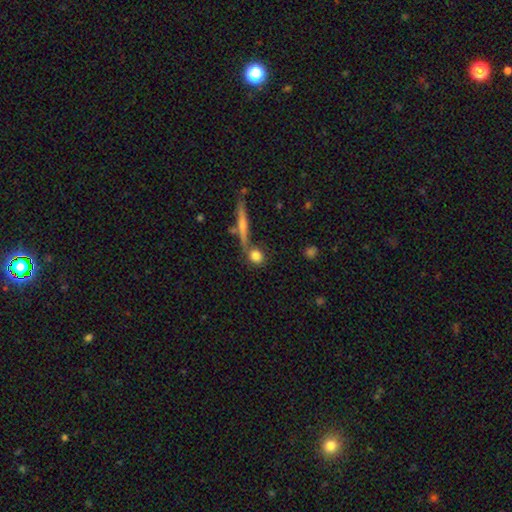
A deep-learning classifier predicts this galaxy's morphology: smooth-or-featured: smooth: 79% | featured or disk: 12% | star or artifact: 9%
  how-rounded: round: 78% | in between: 13% | cigar-shaped: 8%
  merging: none: 67% | merger: 17% | minor disturbance: 11% | major disturbance: 5%